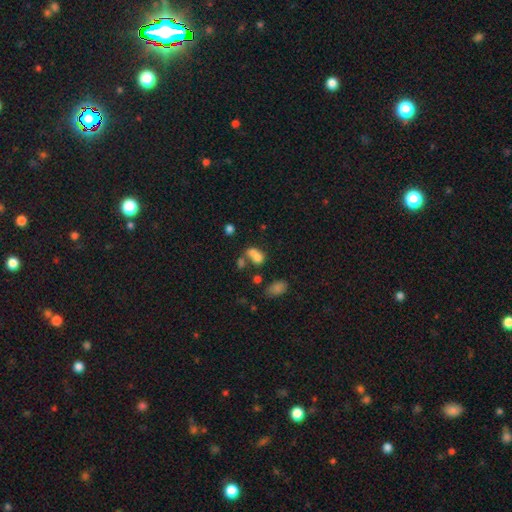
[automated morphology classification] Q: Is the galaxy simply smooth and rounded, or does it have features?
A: smooth — 70%.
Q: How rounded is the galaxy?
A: in between — 71%.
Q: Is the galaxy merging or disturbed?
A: merger — 55%.